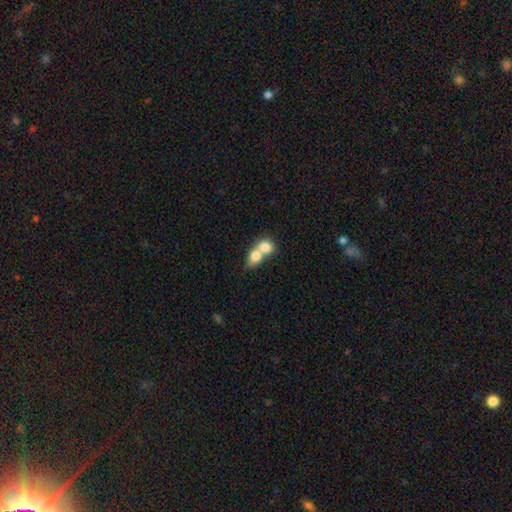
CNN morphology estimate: type=smooth (75%); roundness=in between (55%); merging=merger (77%).